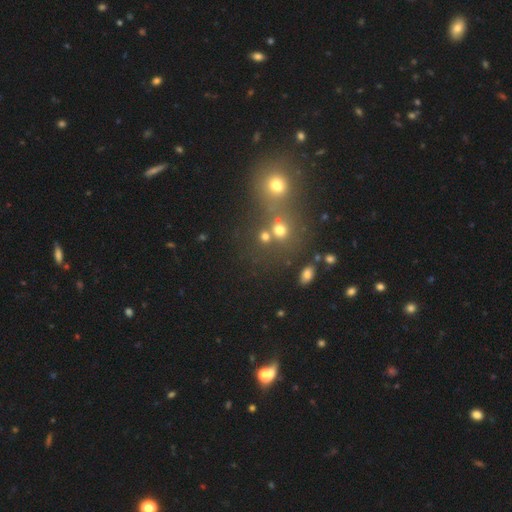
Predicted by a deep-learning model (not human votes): smooth_or_featured: star or artifact (p=0.46) [alt: smooth p=0.42]